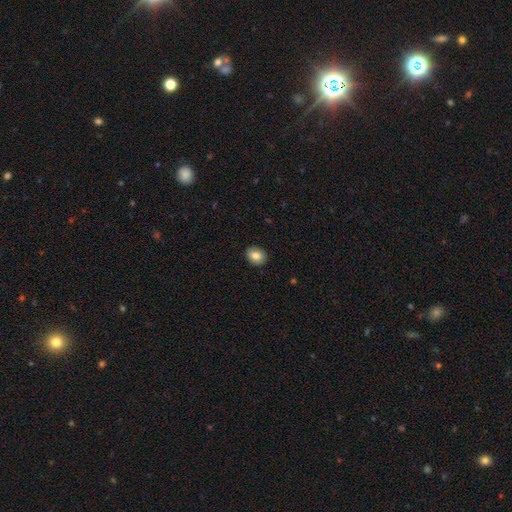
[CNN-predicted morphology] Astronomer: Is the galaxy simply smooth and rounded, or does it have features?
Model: smooth — 83%.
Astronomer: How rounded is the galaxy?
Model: round — 53% (runner-up: in between, 46%).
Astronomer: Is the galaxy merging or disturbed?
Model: none — 90%.